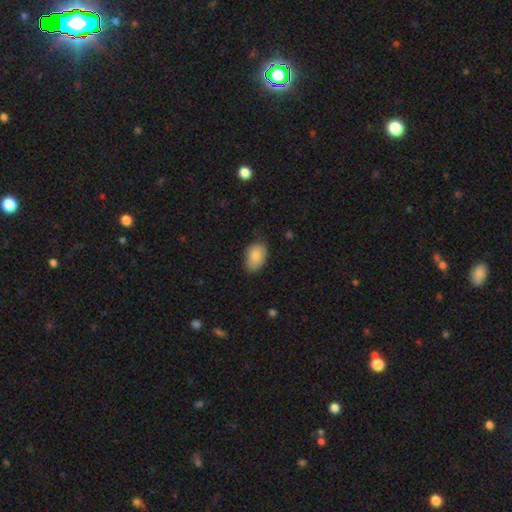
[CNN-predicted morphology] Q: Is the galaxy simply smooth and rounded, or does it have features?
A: smooth — 86%.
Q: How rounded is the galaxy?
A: in between — 87%.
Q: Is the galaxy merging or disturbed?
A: none — 75%.